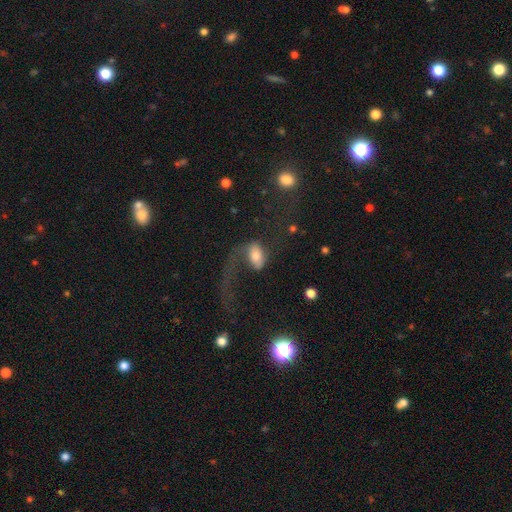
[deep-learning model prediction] This appears to be a smooth galaxy with no disk features (53%) that is in between round and cigar-shaped (88%). Merging: major disturbance (57%).